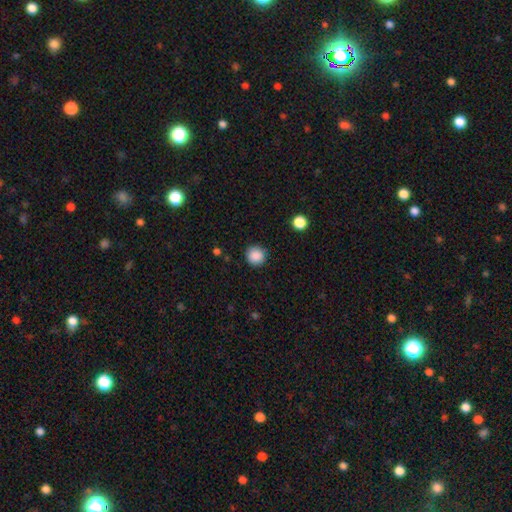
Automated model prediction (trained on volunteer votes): A smooth galaxy with no disk features (88%) that is round (94%).

Vote fractions:
- Smooth or featured? smooth: 88% / star or artifact: 9% / featured or disk: 3%
- How rounded? round: 94% / in between: 5% / cigar-shaped: 1%
- Merging? none: 90% / minor disturbance: 6% / major disturbance: 2% / merger: 1%